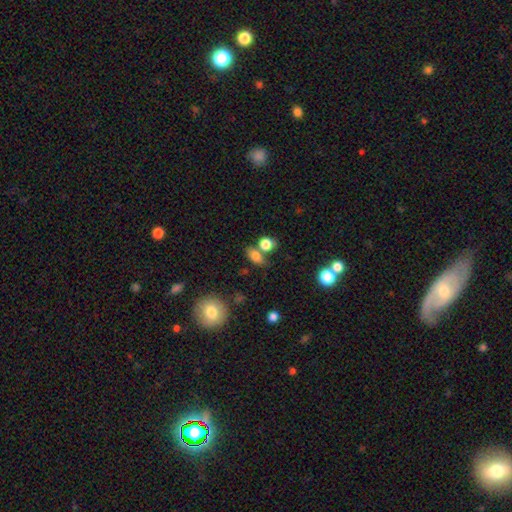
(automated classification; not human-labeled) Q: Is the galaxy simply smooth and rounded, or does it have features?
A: smooth — 79%.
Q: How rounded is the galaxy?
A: in between — 71%.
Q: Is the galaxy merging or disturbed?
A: none — 57%.